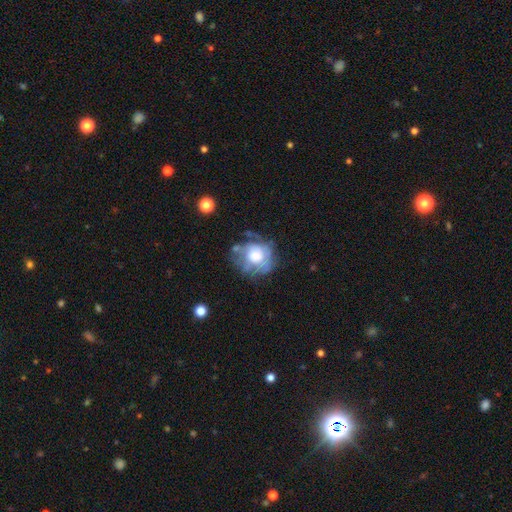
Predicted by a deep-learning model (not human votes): Q: Smooth or featured?
A: featured or disk (53%); runner-up: smooth (38%)
Q: Edge-on disk?
A: no (97%); runner-up: yes (3%)
Q: Bar?
A: no (84%); runner-up: weak (13%)
Q: Spiral arms?
A: no (54%); runner-up: yes (46%)
Q: Bulge size?
A: large (47%); runner-up: moderate (30%)
Q: Merging?
A: none (48%); runner-up: minor disturbance (26%)